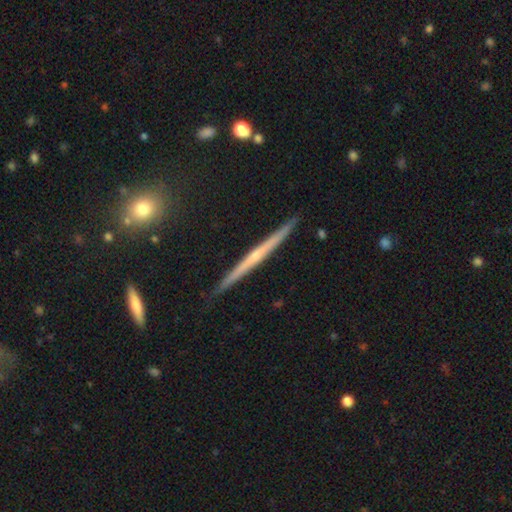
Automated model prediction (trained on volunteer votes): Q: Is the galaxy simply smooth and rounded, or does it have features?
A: featured or disk — 70%.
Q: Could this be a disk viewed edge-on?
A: yes — 98%.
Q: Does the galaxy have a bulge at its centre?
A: none — 55%.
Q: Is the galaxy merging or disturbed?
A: none — 90%.